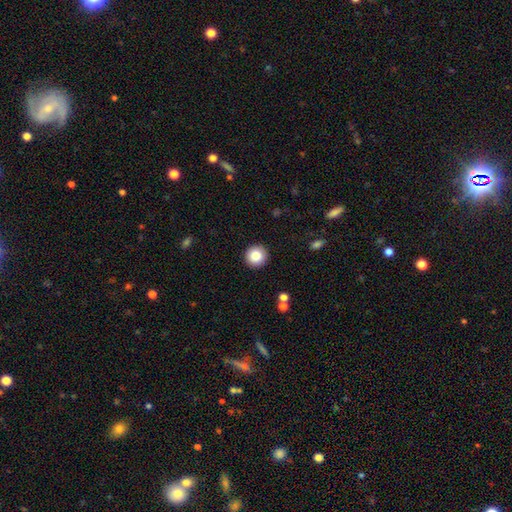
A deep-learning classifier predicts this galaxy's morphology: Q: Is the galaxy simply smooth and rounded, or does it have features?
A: smooth — 85%.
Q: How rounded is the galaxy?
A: round — 95%.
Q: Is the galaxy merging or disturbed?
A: none — 92%.